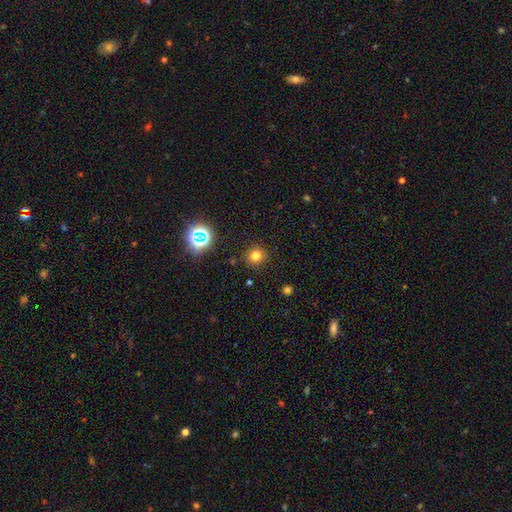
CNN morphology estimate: This is likely a smooth galaxy (74%). How rounded: clearly round (88%). Merging: clearly none (87%).